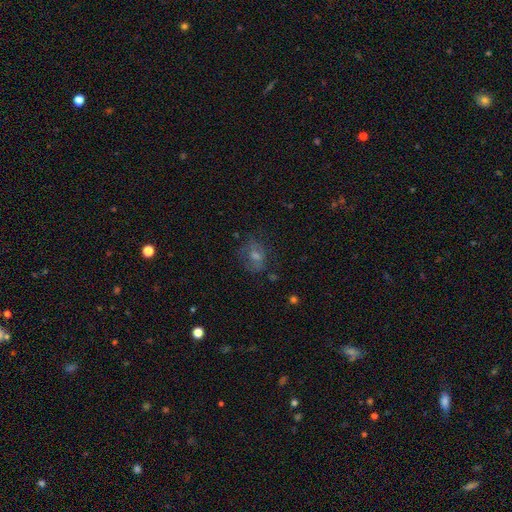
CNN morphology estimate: A smooth galaxy with no disk features (39%). Merging: none (67%).